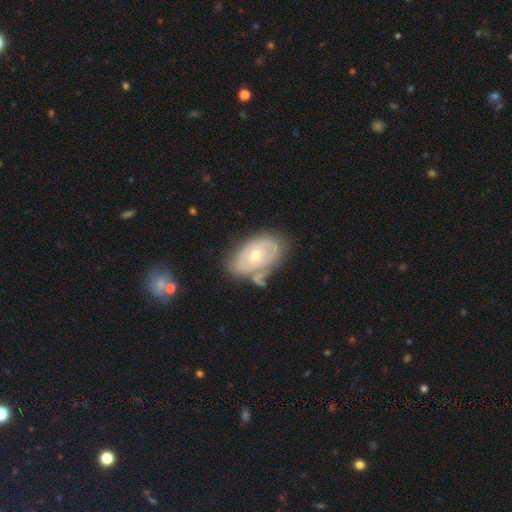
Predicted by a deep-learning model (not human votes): The model was most divided on "bulge size": small: 49%, moderate: 48%, large: 2%, none: 1%, dominant: 1%. More confident: edge-on disk — no (94%); bar — no (82%); smooth or featured — featured or disk (65%); spiral arms — yes (60%); merging — none (55%).